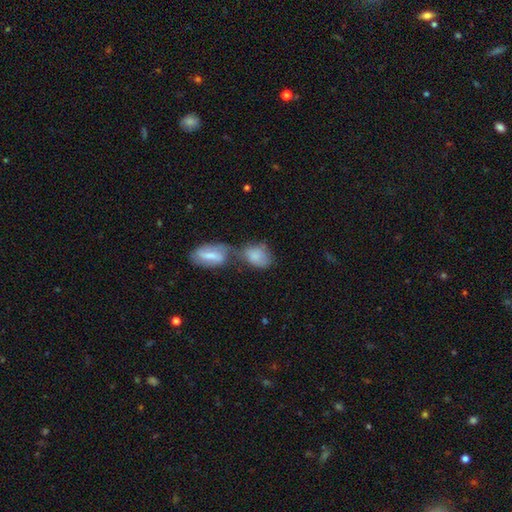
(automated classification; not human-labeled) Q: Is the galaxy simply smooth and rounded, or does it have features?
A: smooth — 74%.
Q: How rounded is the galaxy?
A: in between — 83%.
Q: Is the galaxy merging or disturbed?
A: merger — 63%.